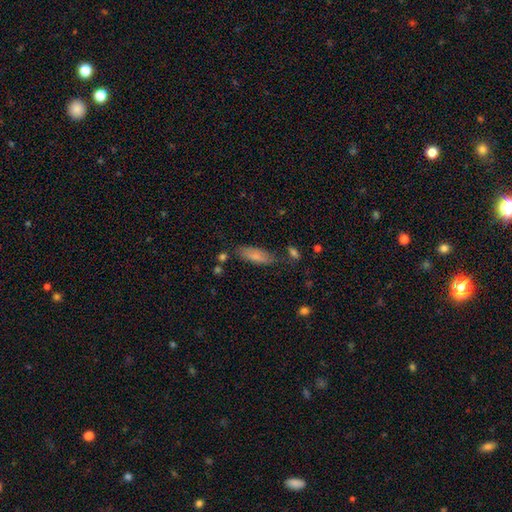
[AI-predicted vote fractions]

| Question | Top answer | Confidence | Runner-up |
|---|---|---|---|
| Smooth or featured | smooth | 78% | featured or disk (15%) |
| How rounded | in between | 66% | cigar-shaped (32%) |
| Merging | none | 70% | minor disturbance (19%) |